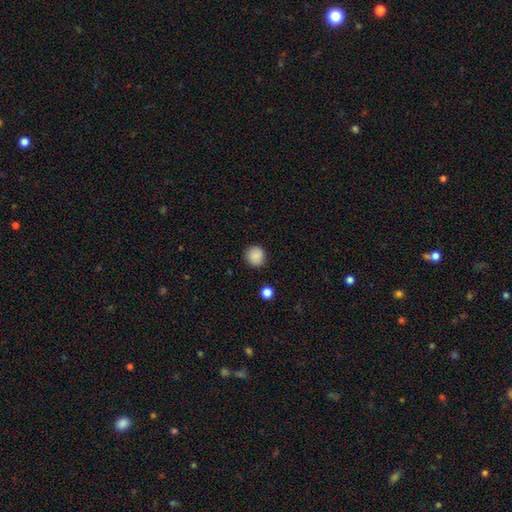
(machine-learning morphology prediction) This is clearly a smooth galaxy (88%). How rounded: clearly round (91%). Merging: clearly none (89%).